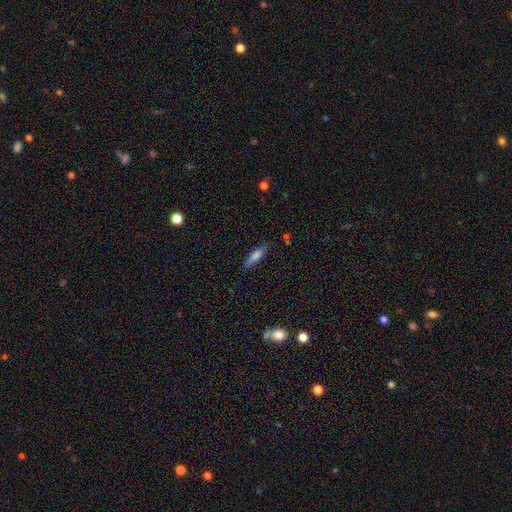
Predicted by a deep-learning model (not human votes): Smooth or featured: smooth — 75% (featured or disk — 18%)
How rounded: cigar-shaped — 62% (in between — 36%)
Merging: none — 82% (minor disturbance — 13%)